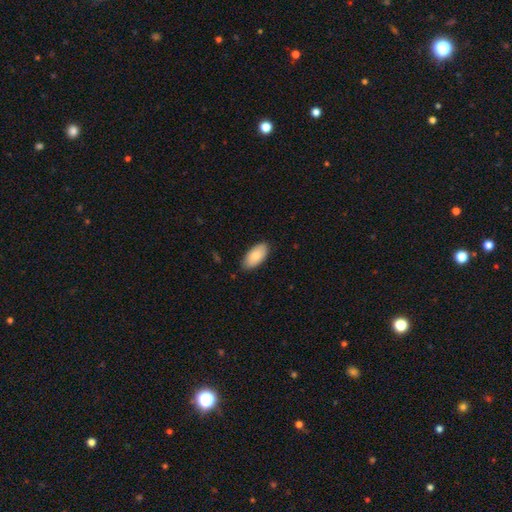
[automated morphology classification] Smooth or featured?
  - smooth: 84% *
  - featured or disk: 11%
  - star or artifact: 6%
How rounded?
  - in between: 94% *
  - cigar-shaped: 4%
  - round: 2%
Merging?
  - none: 84% *
  - minor disturbance: 13%
  - major disturbance: 2%
  - merger: 1%